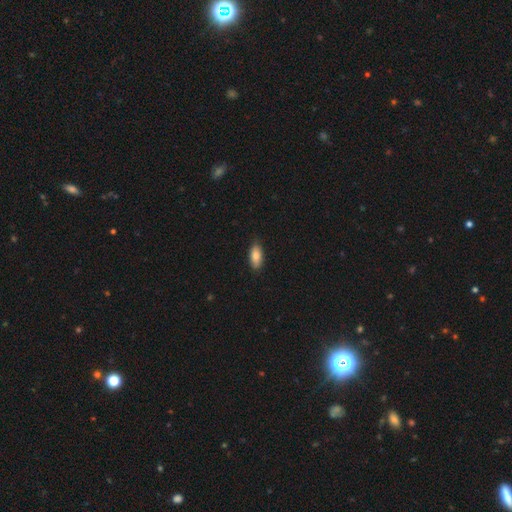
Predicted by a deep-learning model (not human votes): Smooth or featured? smooth (82%)
How rounded? in between (88%)
Merging? none (85%)